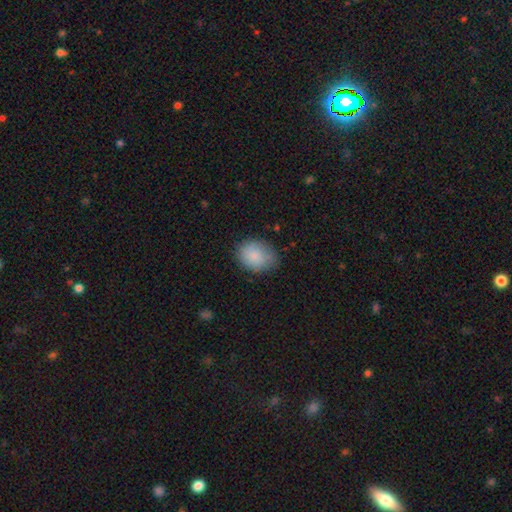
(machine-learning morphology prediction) smooth_or_featured: smooth (p=0.86) [alt: featured or disk p=0.07]
how_rounded: in between (p=0.58) [alt: round p=0.41]
merging: none (p=0.75) [alt: minor disturbance p=0.19]